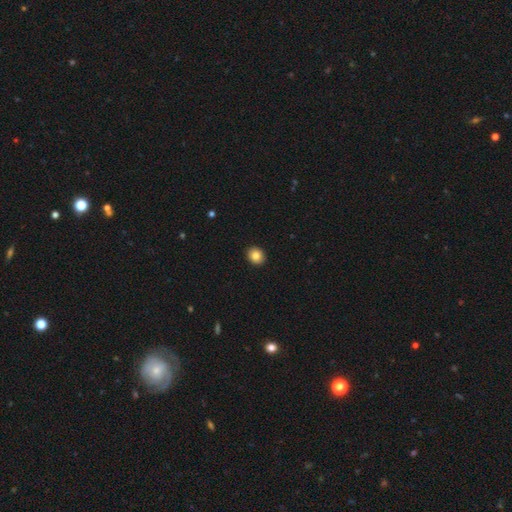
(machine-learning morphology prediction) The model was most divided on "how rounded": round: 66%, in between: 33%, cigar-shaped: 1%. More confident: merging — none (93%); smooth or featured — smooth (84%).